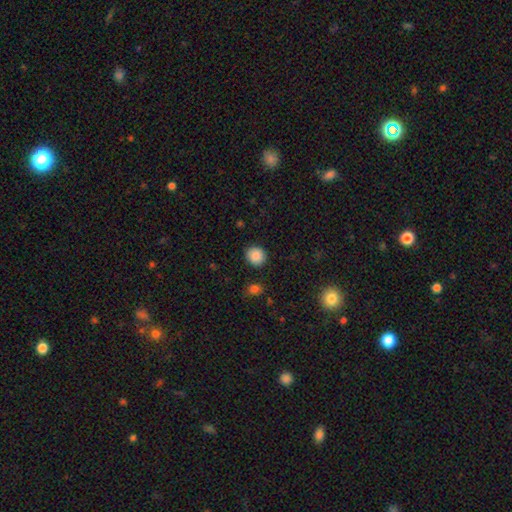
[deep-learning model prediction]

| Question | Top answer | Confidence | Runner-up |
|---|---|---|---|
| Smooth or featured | smooth | 88% | star or artifact (9%) |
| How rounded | round | 86% | in between (13%) |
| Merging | none | 89% | minor disturbance (7%) |